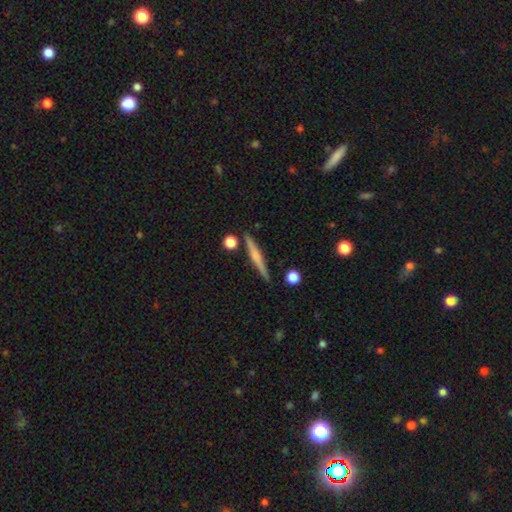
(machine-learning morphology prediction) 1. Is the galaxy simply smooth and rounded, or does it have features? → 52% featured or disk, 41% smooth, 6% star or artifact.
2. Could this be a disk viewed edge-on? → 97% yes, 3% no.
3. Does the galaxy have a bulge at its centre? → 53% rounded, 33% none, 14% boxy.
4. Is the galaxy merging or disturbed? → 88% none, 7% minor disturbance, 3% merger, 2% major disturbance.